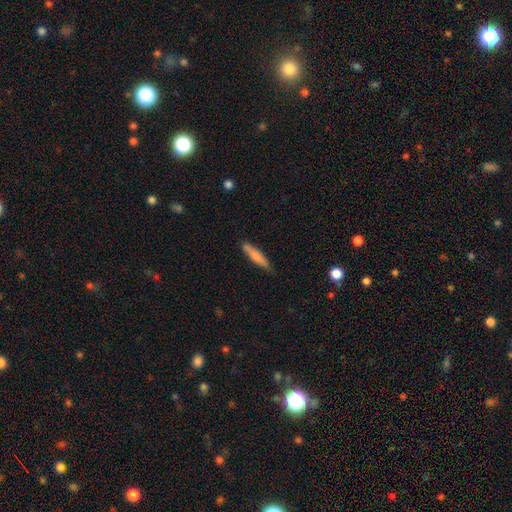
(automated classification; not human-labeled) The model was most divided on "smooth or featured": smooth: 76%, featured or disk: 19%, star or artifact: 5%. More confident: how rounded — cigar-shaped (86%); merging — none (79%).